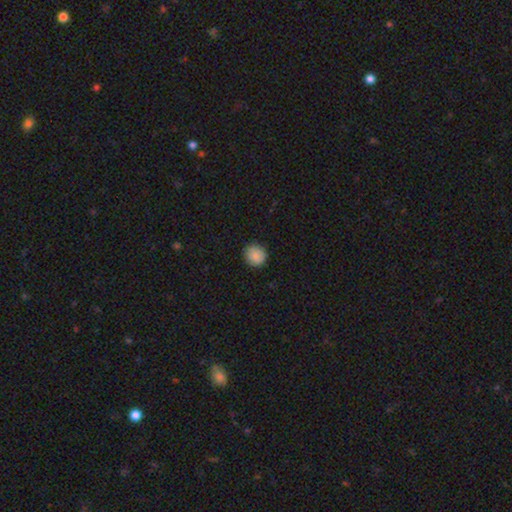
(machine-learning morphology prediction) Overall: smooth (87%). How rounded: round (89%). Merging: none (89%).